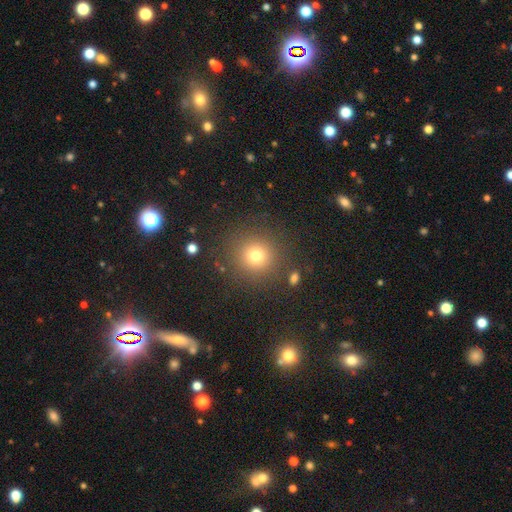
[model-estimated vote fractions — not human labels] This is likely a smooth galaxy (76%). How rounded: clearly round (93%). Merging: clearly none (86%).